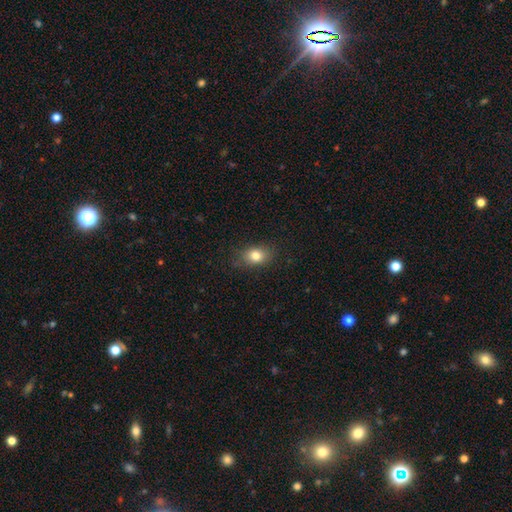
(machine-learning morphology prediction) Smooth or featured?
  - smooth: 82% *
  - star or artifact: 10%
  - featured or disk: 9%
How rounded?
  - in between: 72% *
  - round: 26%
  - cigar-shaped: 2%
Merging?
  - none: 81% *
  - minor disturbance: 14%
  - major disturbance: 4%
  - merger: 1%